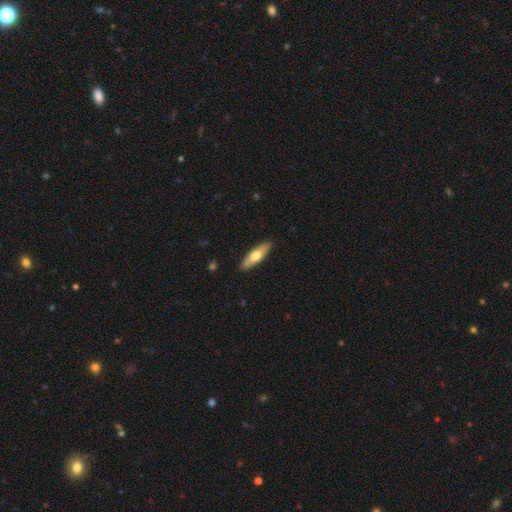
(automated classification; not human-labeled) Smooth or featured? smooth (60%)
How rounded? cigar-shaped (61%)
Merging? none (88%)